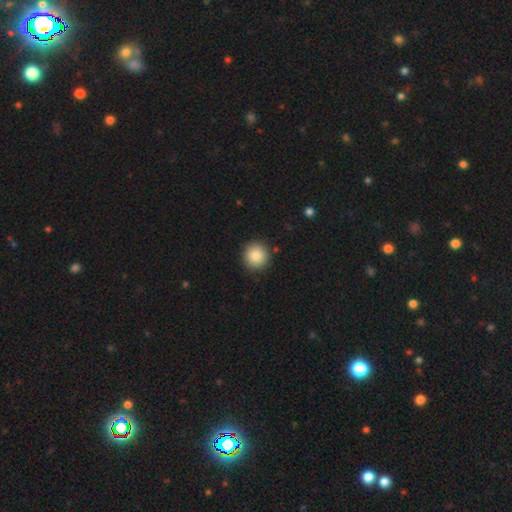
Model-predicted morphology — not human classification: type=smooth (85%); roundness=round (93%); merging=none (91%).